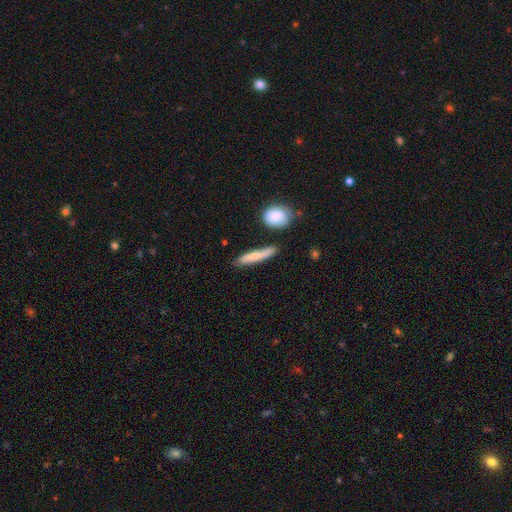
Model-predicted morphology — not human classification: Q: Smooth or featured?
A: smooth (73%); runner-up: featured or disk (20%)
Q: How rounded?
A: cigar-shaped (86%); runner-up: in between (11%)
Q: Merging?
A: none (74%); runner-up: minor disturbance (16%)